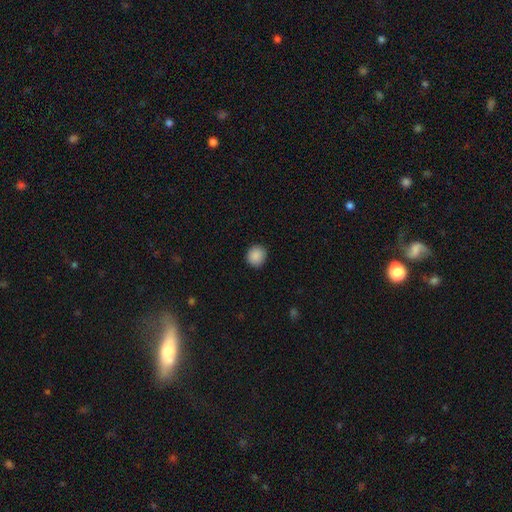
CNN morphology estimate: This is clearly a smooth galaxy (89%). How rounded: clearly round (89%). Merging: clearly none (91%).